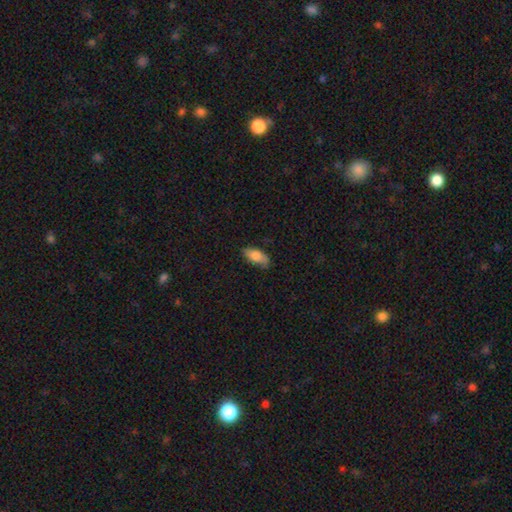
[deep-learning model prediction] A smooth galaxy with no disk features (75%) that is in between round and cigar-shaped (86%). Merging: none (73%).